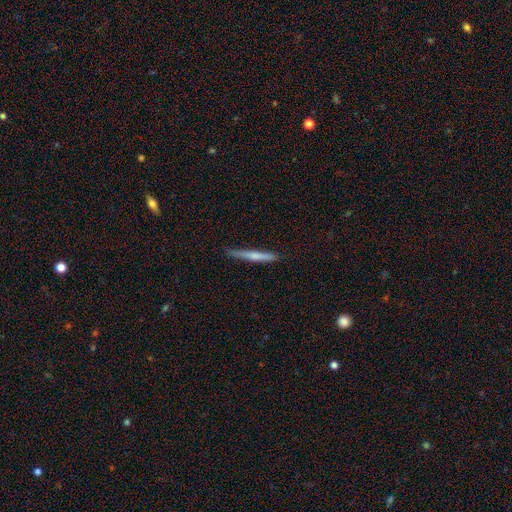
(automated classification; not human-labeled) smooth-or-featured: smooth: 57% | featured or disk: 37% | star or artifact: 6%
  how-rounded: cigar-shaped: 96% | in between: 3% | round: 1%
  merging: none: 85% | minor disturbance: 12% | major disturbance: 2% | merger: 1%